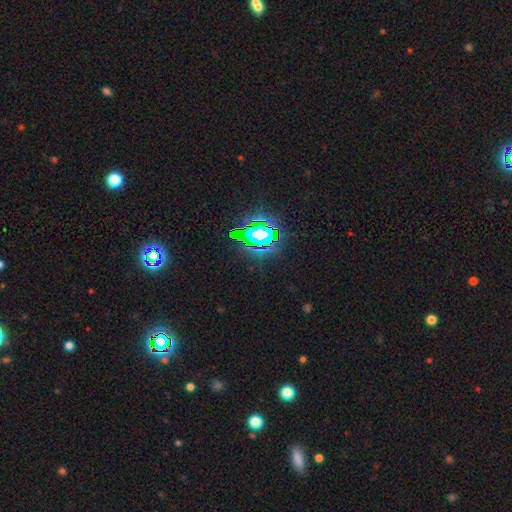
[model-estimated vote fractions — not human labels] Smooth or featured: star or artifact — 78% (smooth — 13%)